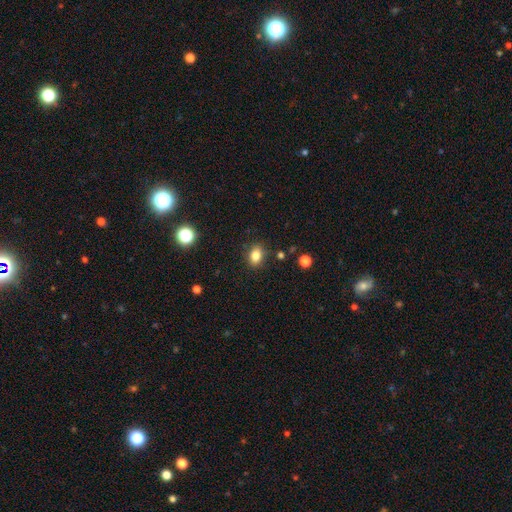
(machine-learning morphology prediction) smooth_or_featured: smooth (p=0.82) [alt: star or artifact p=0.11]
how_rounded: in between (p=0.70) [alt: round p=0.29]
merging: none (p=0.86) [alt: minor disturbance p=0.10]